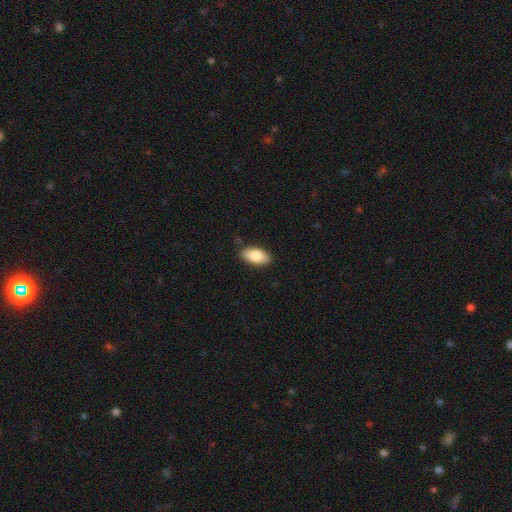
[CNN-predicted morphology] Overall: smooth (83%). How rounded: in between (92%). Merging: none (86%).